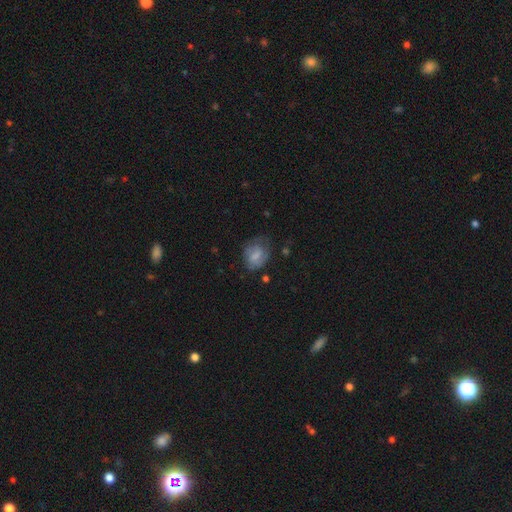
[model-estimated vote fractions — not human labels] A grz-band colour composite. It shows a smooth galaxy with no disk features (59%) that is in between round and cigar-shaped (57%). Merging: none (50%).